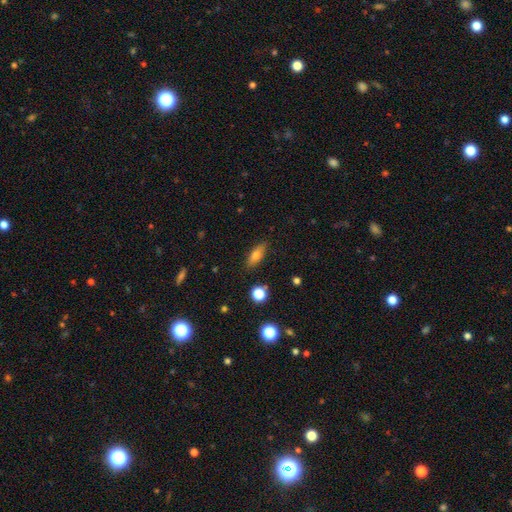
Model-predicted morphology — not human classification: type=smooth (70%); roundness=in between (71%); merging=none (84%).